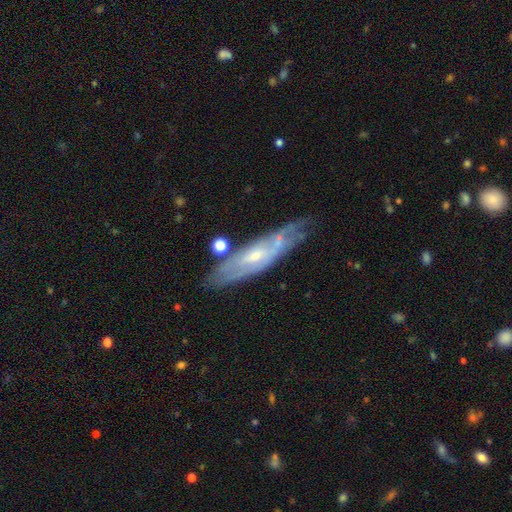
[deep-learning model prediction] Smooth or featured? featured or disk (75%)
Edge-on disk? no (66%)
Merging? none (65%)